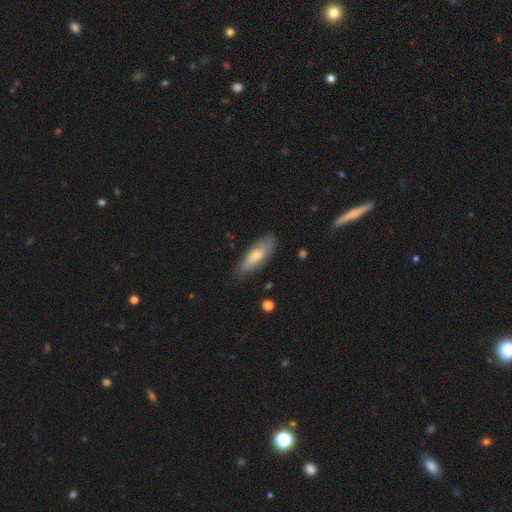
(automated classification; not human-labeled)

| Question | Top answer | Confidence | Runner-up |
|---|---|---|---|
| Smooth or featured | smooth | 61% | featured or disk (33%) |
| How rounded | in between | 59% | cigar-shaped (38%) |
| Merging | none | 79% | minor disturbance (17%) |